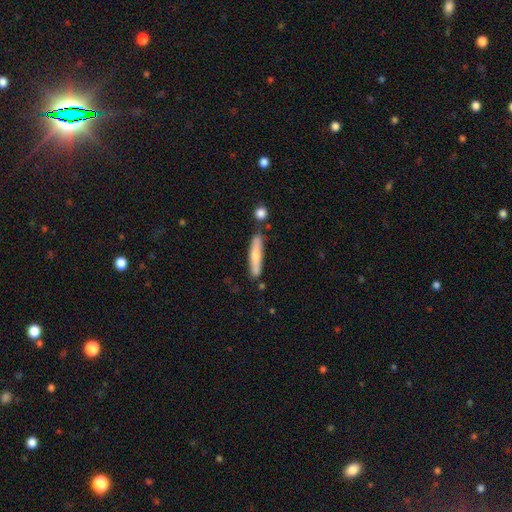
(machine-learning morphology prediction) The model was most divided on "smooth or featured": smooth: 63%, featured or disk: 32%, star or artifact: 5%. More confident: how rounded — cigar-shaped (88%); merging — none (78%).